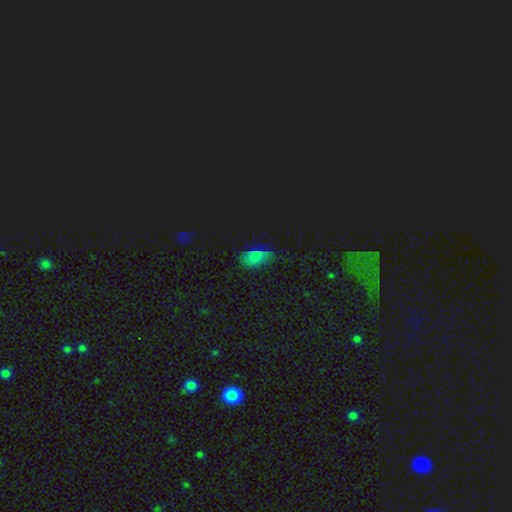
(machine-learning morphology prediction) This is possibly a smooth galaxy (49%). Merging: likely none (67%).